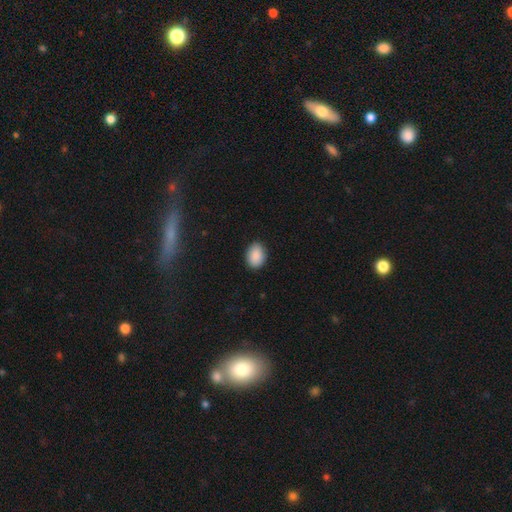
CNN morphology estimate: The model was most divided on "how rounded": in between: 77%, round: 22%, cigar-shaped: 1%. More confident: smooth or featured — smooth (90%); merging — none (88%).